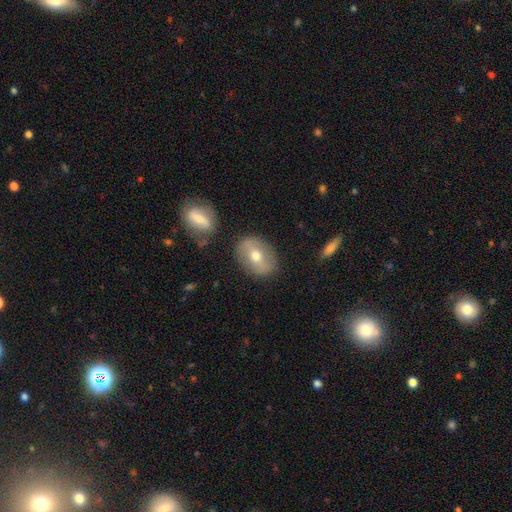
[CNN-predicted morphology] type=smooth (53%); roundness=in between (69%); merging=none (82%).